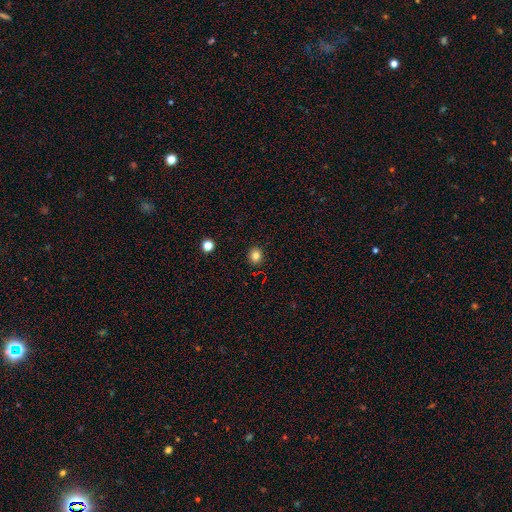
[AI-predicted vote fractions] A smooth galaxy with no disk features (81%) that is round (76%).

Vote fractions:
- Smooth or featured? smooth: 81% / star or artifact: 13% / featured or disk: 6%
- How rounded? round: 76% / in between: 23% / cigar-shaped: 1%
- Merging? none: 90% / minor disturbance: 7% / major disturbance: 2% / merger: 1%